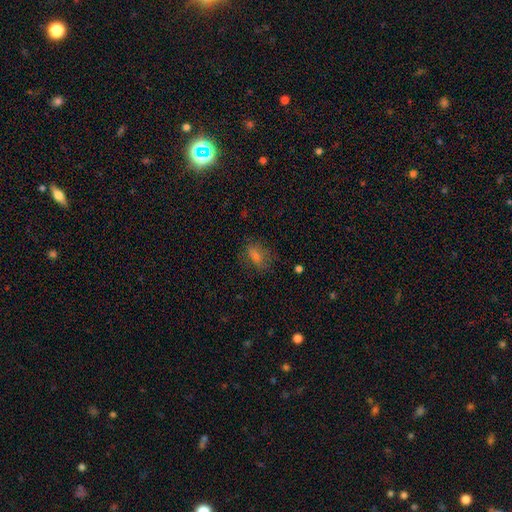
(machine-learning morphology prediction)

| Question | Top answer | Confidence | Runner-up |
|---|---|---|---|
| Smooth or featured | smooth | 72% | featured or disk (15%) |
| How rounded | in between | 75% | round (14%) |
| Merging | none | 71% | minor disturbance (18%) |